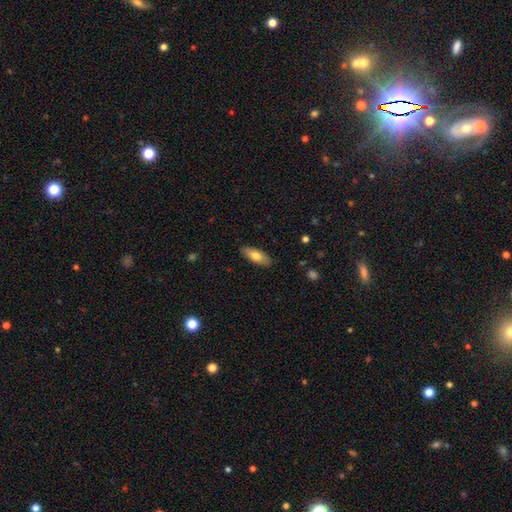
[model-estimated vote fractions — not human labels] The model was most divided on "how rounded": in between: 74%, cigar-shaped: 23%, round: 2%. More confident: merging — none (87%); smooth or featured — smooth (73%).